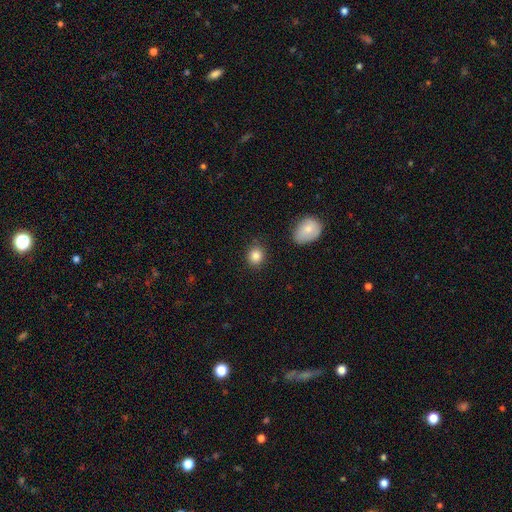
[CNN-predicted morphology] smooth-or-featured: smooth: 85% | star or artifact: 9% | featured or disk: 6%
  how-rounded: round: 75% | in between: 24% | cigar-shaped: 1%
  merging: none: 86% | minor disturbance: 9% | major disturbance: 3% | merger: 2%